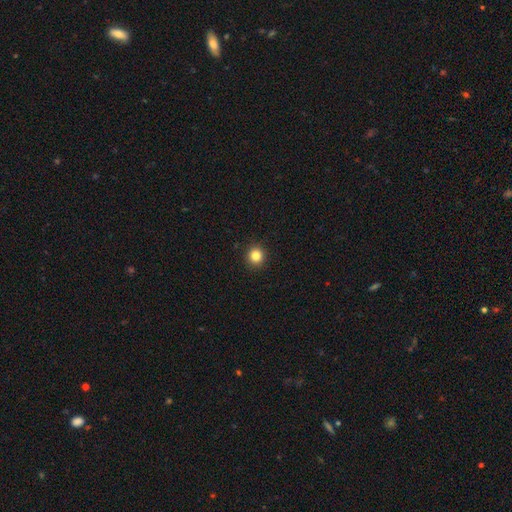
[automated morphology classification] Smooth or featured?
  - smooth: 84% *
  - star or artifact: 12%
  - featured or disk: 5%
How rounded?
  - round: 92% *
  - in between: 7%
  - cigar-shaped: 1%
Merging?
  - none: 93% *
  - minor disturbance: 5%
  - major disturbance: 2%
  - merger: 1%